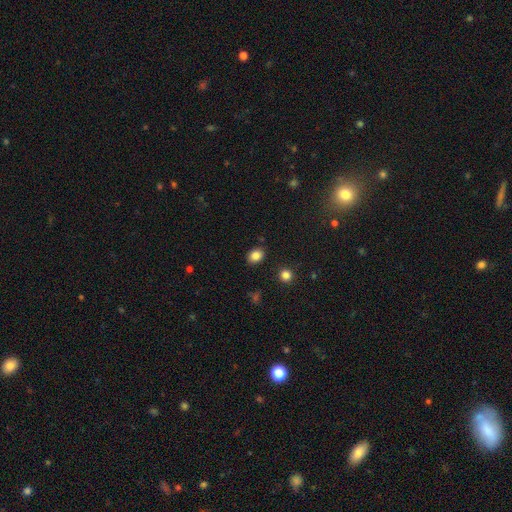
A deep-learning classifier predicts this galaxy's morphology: Smooth or featured? smooth (85%)
How rounded? in between (62%)
Merging? none (86%)